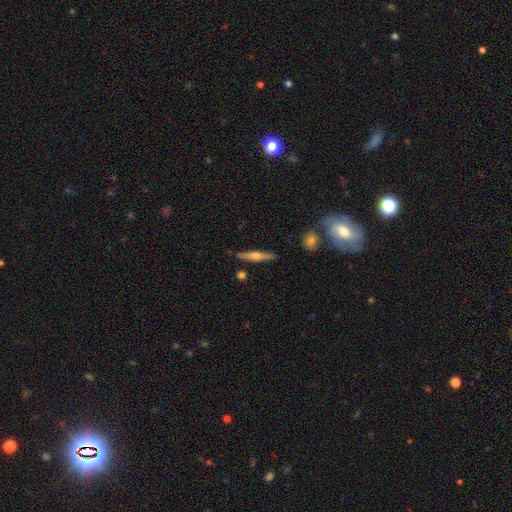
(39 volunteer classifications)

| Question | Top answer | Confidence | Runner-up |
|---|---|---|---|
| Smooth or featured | featured or disk | 62% | smooth (33%) |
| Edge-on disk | yes | 100% | — |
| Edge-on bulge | rounded | 83% | boxy (17%) |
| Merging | none | 92% | minor disturbance (5%) |